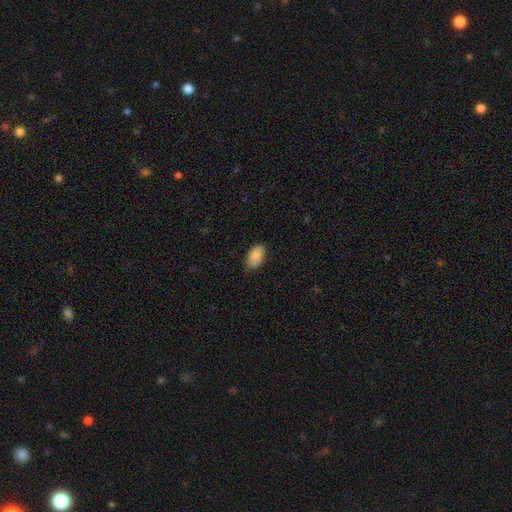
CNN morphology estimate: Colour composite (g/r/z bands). It shows a smooth galaxy with no disk features (82%) that is in between round and cigar-shaped (93%). Merging: none (79%).